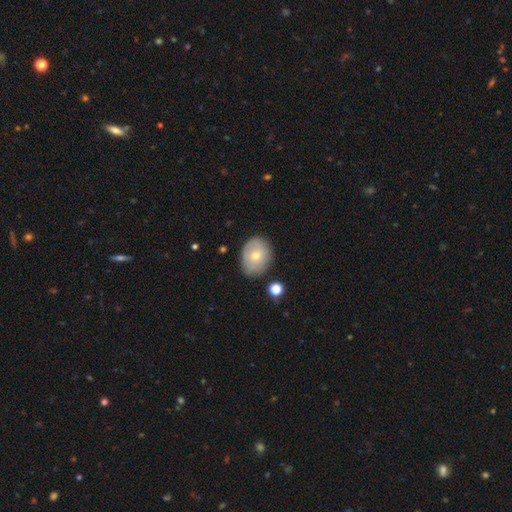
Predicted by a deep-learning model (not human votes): Smooth or featured? Predicted: smooth (p=0.61). How rounded? Predicted: in between (p=0.61). Merging? Predicted: none (p=0.75).